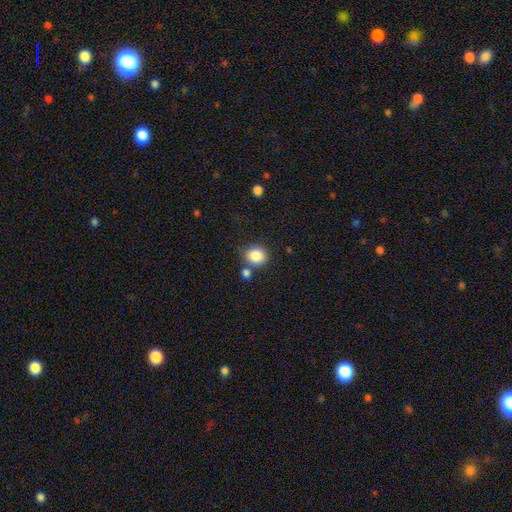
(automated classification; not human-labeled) A smooth galaxy with no disk features (86%) that is round (76%). Merging: none (72%).